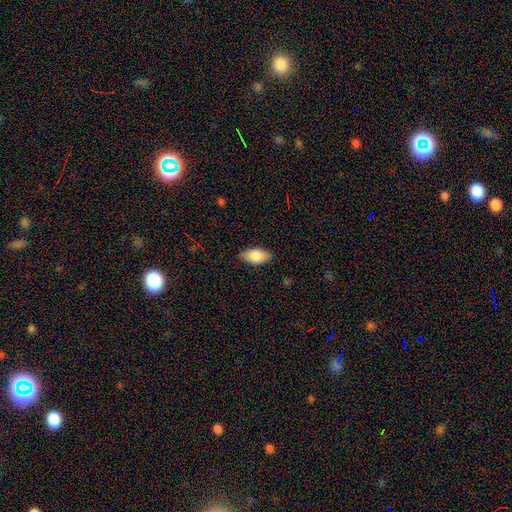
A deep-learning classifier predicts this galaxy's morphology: A smooth galaxy with no disk features (83%) that is in between round and cigar-shaped (92%). Merging: none (85%).